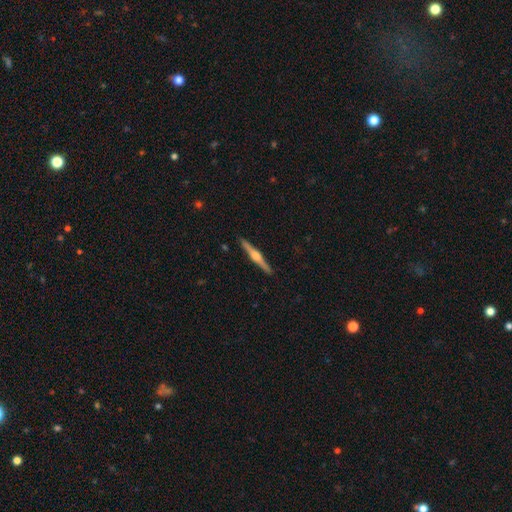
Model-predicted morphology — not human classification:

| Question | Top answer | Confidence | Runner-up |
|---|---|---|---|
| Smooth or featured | featured or disk | 77% | smooth (18%) |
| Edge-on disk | yes | 98% | no (2%) |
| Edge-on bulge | rounded | 89% | boxy (7%) |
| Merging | none | 92% | minor disturbance (6%) |